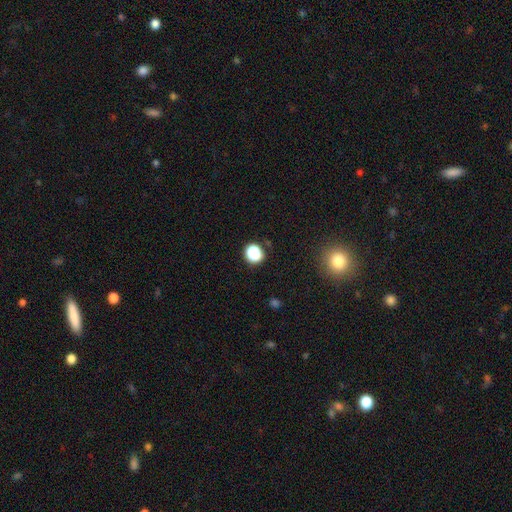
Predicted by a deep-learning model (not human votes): smooth_or_featured: smooth (p=0.74) [alt: star or artifact p=0.21]
how_rounded: round (p=0.83) [alt: in between p=0.16]
merging: none (p=0.82) [alt: minor disturbance p=0.10]